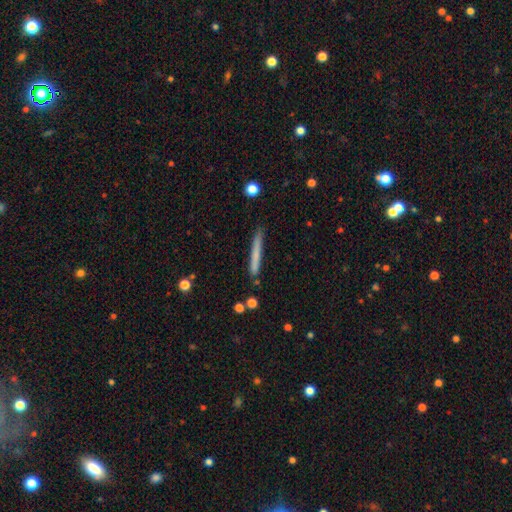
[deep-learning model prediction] smooth_or_featured: smooth (p=0.69) [alt: featured or disk p=0.25]
how_rounded: cigar-shaped (p=0.96) [alt: in between p=0.02]
merging: none (p=0.84) [alt: minor disturbance p=0.12]